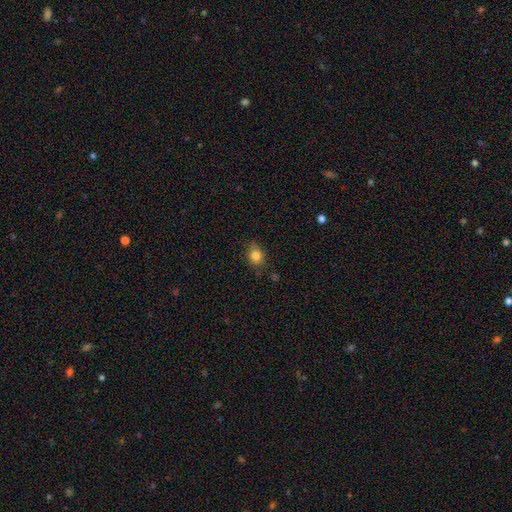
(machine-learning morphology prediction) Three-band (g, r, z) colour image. It shows a smooth galaxy with no disk features (83%) that is round (53%). Merging: none (77%).